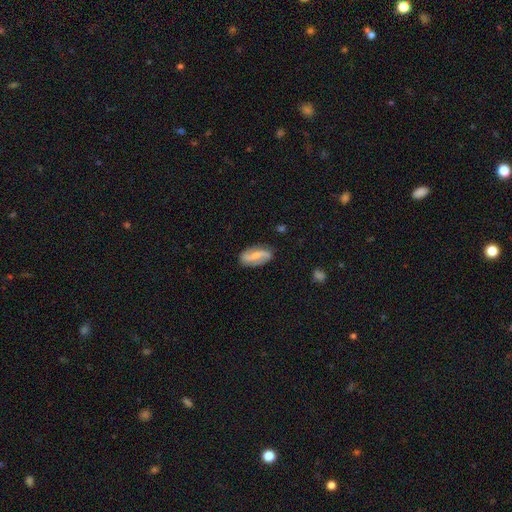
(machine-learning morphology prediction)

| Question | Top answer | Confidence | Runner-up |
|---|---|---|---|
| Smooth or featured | featured or disk | 71% | smooth (22%) |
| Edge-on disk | no | 94% | yes (6%) |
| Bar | strong | 40% | weak (37%) |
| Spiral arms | yes | 92% | no (8%) |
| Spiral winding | loose | 60% | medium (28%) |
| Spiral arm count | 2 | 91% | can't tell (4%) |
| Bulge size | small | 41% | none (29%) |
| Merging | none | 81% | minor disturbance (14%) |